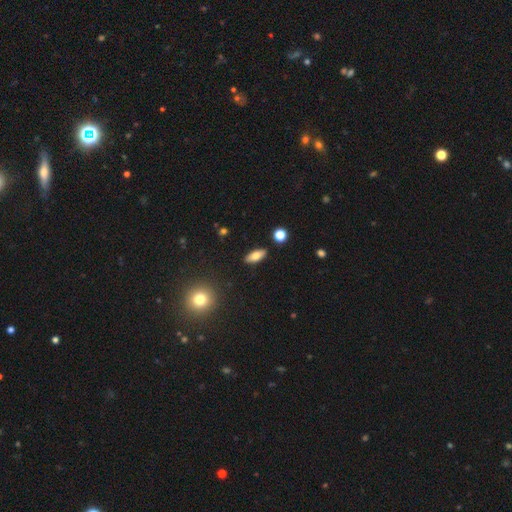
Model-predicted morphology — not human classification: smooth-or-featured: smooth: 73% | featured or disk: 19% | star or artifact: 8%
  how-rounded: in between: 77% | cigar-shaped: 19% | round: 4%
  merging: none: 88% | minor disturbance: 8% | major disturbance: 2% | merger: 2%